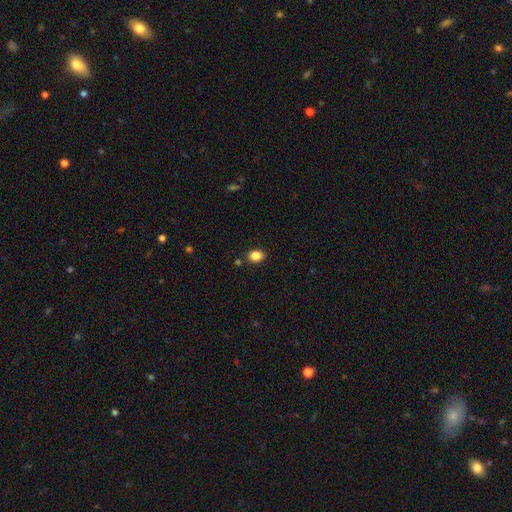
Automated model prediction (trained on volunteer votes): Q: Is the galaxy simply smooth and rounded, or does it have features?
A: smooth — 86%.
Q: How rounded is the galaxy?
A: in between — 65%.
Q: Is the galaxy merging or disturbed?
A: none — 85%.